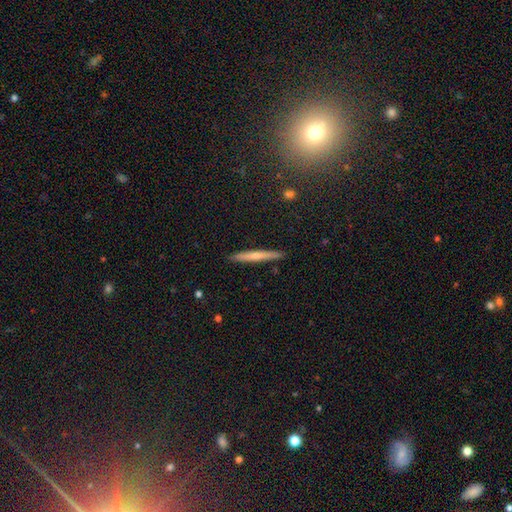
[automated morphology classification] The model was most divided on "smooth or featured": smooth: 54%, featured or disk: 40%, star or artifact: 7%. More confident: how rounded — cigar-shaped (96%); merging — none (91%).